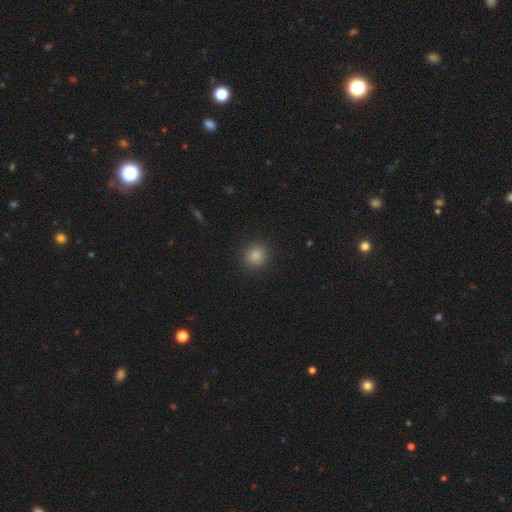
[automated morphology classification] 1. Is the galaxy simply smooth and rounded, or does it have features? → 84% smooth, 11% star or artifact, 4% featured or disk.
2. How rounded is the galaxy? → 90% round, 9% in between, 1% cigar-shaped.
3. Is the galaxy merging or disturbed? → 90% none, 7% minor disturbance, 2% major disturbance, 1% merger.